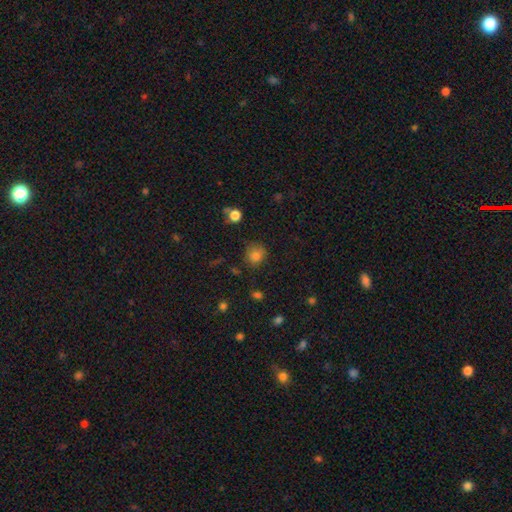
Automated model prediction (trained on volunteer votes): This appears to be a smooth galaxy with no disk features (80%) that is round (86%). Merging: none (76%).